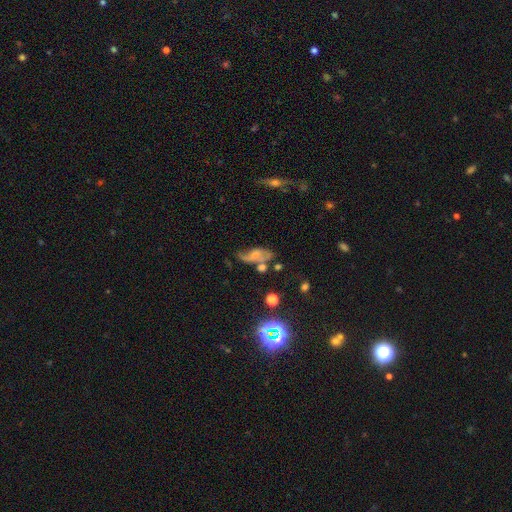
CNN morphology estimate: type=featured or disk (50%); merging=none (33%).